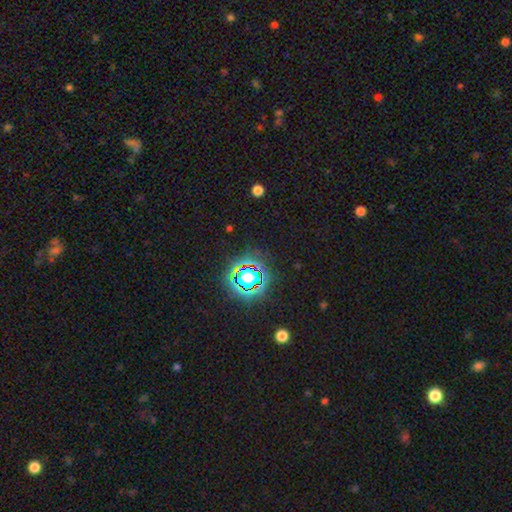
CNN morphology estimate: The model was most divided on "smooth or featured": star or artifact: 79%, smooth: 14%, featured or disk: 7%.